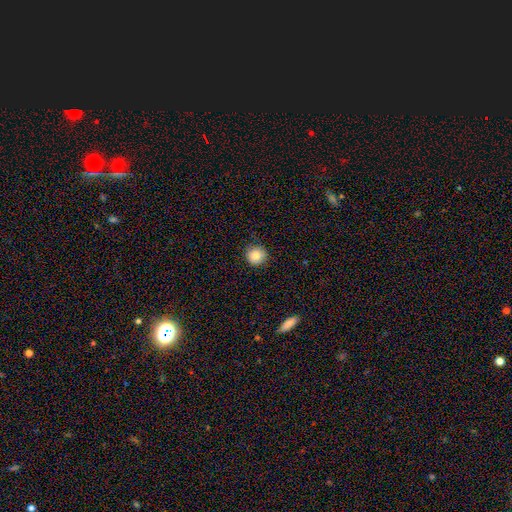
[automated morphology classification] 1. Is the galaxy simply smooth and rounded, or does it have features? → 84% smooth, 9% star or artifact, 7% featured or disk.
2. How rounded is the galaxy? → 93% round, 6% in between, 1% cigar-shaped.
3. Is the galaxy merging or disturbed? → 86% none, 10% minor disturbance, 2% major disturbance, 1% merger.